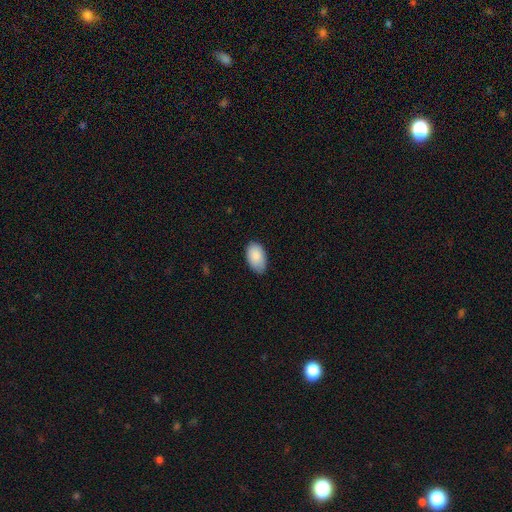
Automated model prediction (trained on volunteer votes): Smooth or featured: smooth — 88% (star or artifact — 6%)
How rounded: in between — 94% (round — 4%)
Merging: none — 74% (minor disturbance — 22%)